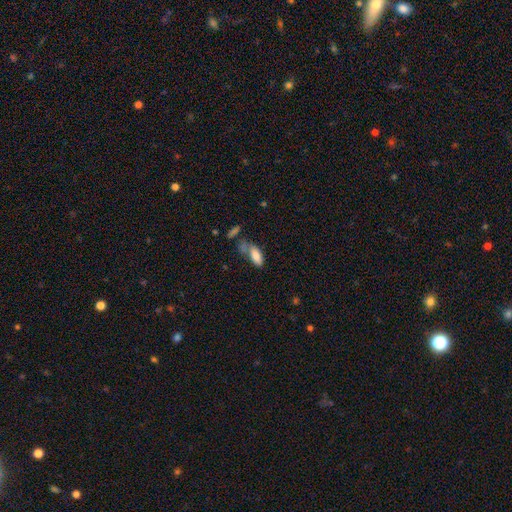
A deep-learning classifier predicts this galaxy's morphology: smooth-or-featured: smooth: 83% | featured or disk: 9% | star or artifact: 8%
  how-rounded: in between: 84% | cigar-shaped: 14% | round: 2%
  merging: none: 43% | merger: 24% | minor disturbance: 22% | major disturbance: 12%